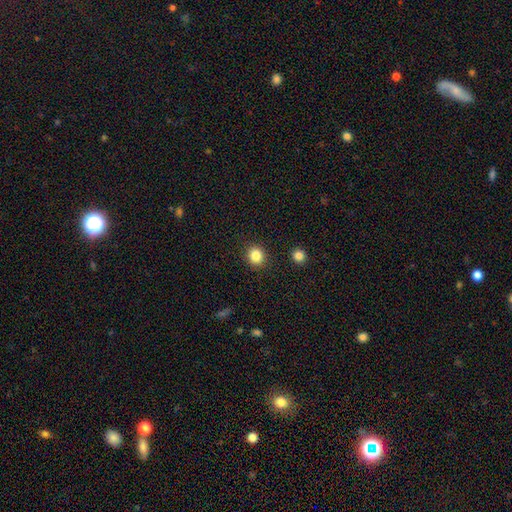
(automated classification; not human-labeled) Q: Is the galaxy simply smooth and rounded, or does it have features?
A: smooth — 85%.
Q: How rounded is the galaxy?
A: round — 80%.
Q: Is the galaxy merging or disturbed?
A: none — 90%.